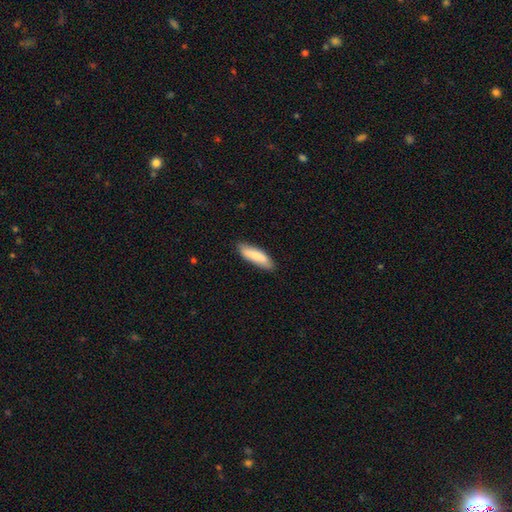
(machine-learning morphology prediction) Smooth or featured? Predicted: smooth (p=0.83). How rounded? Predicted: cigar-shaped (p=0.60). Merging? Predicted: none (p=0.83).